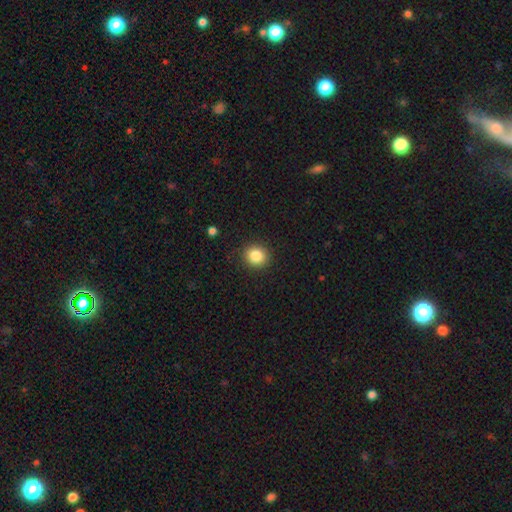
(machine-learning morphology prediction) Smooth or featured? Predicted: smooth (p=0.86). How rounded? Predicted: round (p=0.81). Merging? Predicted: none (p=0.89).